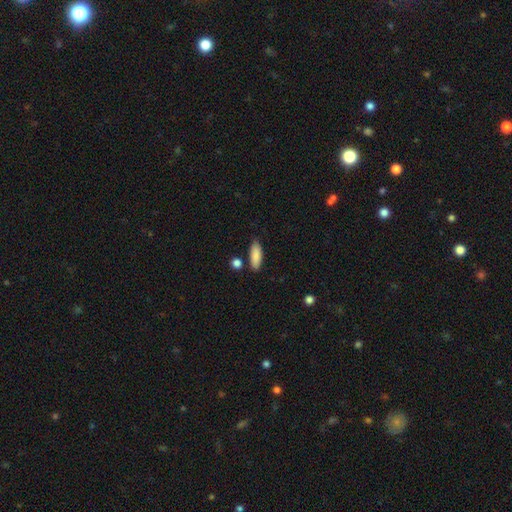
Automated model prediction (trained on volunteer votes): Smooth or featured? Predicted: smooth (p=0.87). How rounded? Predicted: in between (p=0.67). Merging? Predicted: none (p=0.82).